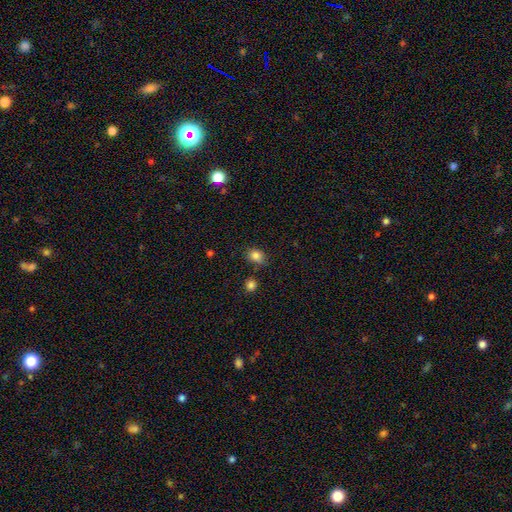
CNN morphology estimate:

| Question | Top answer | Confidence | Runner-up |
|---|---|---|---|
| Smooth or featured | smooth | 84% | star or artifact (11%) |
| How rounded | in between | 51% | round (48%) |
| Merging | none | 72% | minor disturbance (18%) |